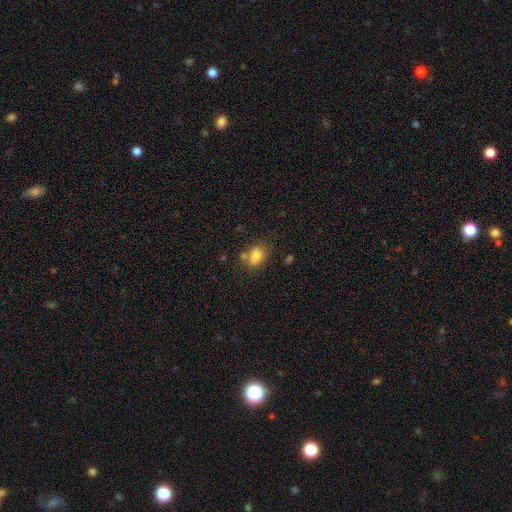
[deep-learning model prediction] Smooth or featured? smooth (78%)
How rounded? in between (76%)
Merging? none (56%)